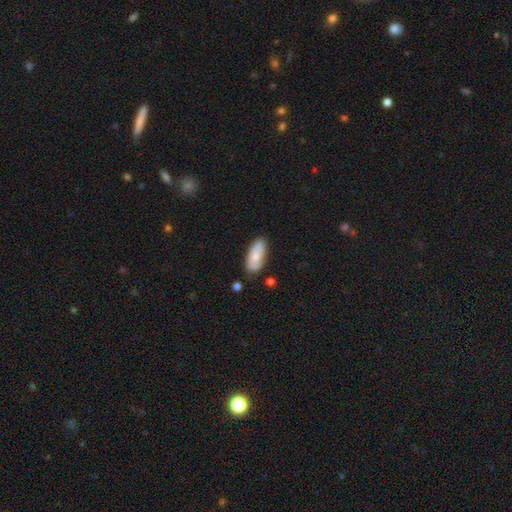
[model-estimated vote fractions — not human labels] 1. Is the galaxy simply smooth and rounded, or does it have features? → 72% smooth, 22% featured or disk, 6% star or artifact.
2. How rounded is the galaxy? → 89% in between, 9% cigar-shaped, 2% round.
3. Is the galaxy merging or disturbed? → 75% none, 19% minor disturbance, 4% major disturbance, 3% merger.